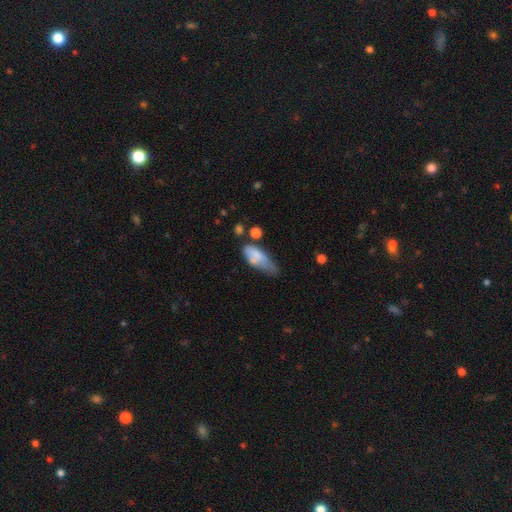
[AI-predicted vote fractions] Morphology: type=smooth (69%); roundness=in between (77%); merging=minor disturbance (37%).